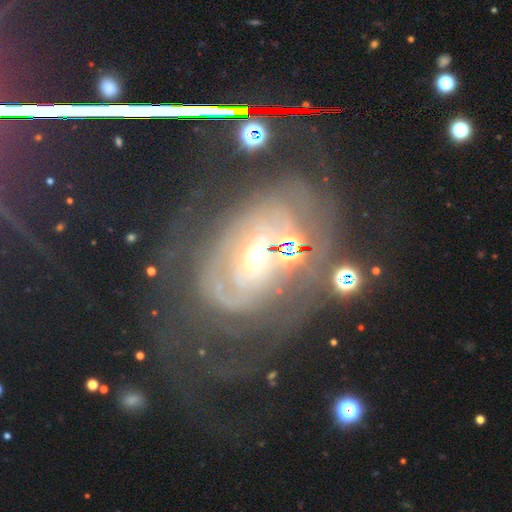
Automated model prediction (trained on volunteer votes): Smooth or featured: featured or disk — 76% (smooth — 13%)
Edge-on disk: no — 95% (yes — 5%)
Bar: no — 62% (weak — 26%)
Spiral arms: yes — 76% (no — 24%)
Spiral winding: tight — 56% (medium — 29%)
Spiral arm count: can't tell — 42% (2 — 28%)
Bulge size: moderate — 51% (small — 38%)
Merging: none — 42% (major disturbance — 32%)